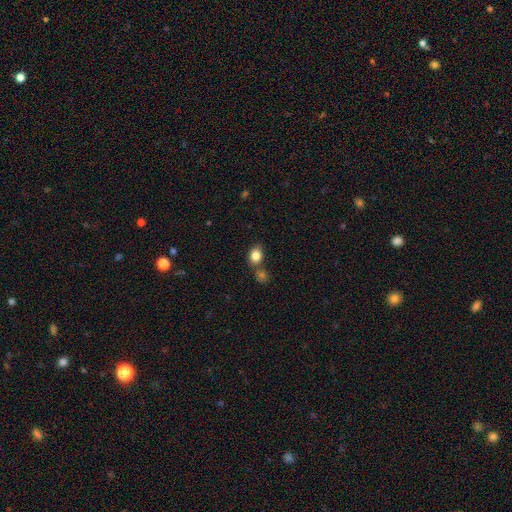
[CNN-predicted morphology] Smooth or featured? Predicted: smooth (p=0.84). How rounded? Predicted: in between (p=0.56). Merging? Predicted: none (p=0.60).